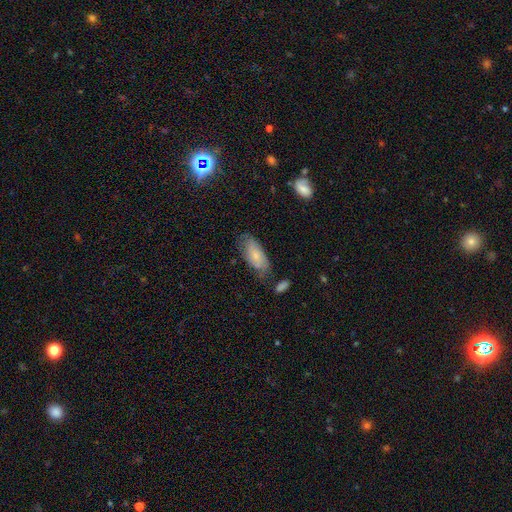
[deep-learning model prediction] Morphology: type=smooth (63%); roundness=in between (86%); merging=none (58%).